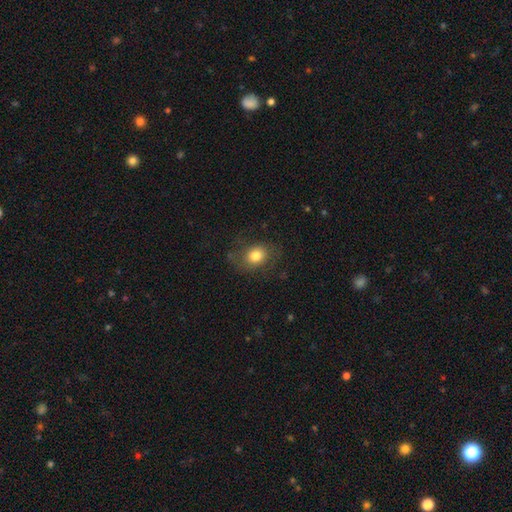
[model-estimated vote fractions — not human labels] smooth-or-featured: smooth: 77% | featured or disk: 14% | star or artifact: 10%
  how-rounded: round: 52% | in between: 47% | cigar-shaped: 1%
  merging: none: 71% | minor disturbance: 18% | major disturbance: 10% | merger: 1%